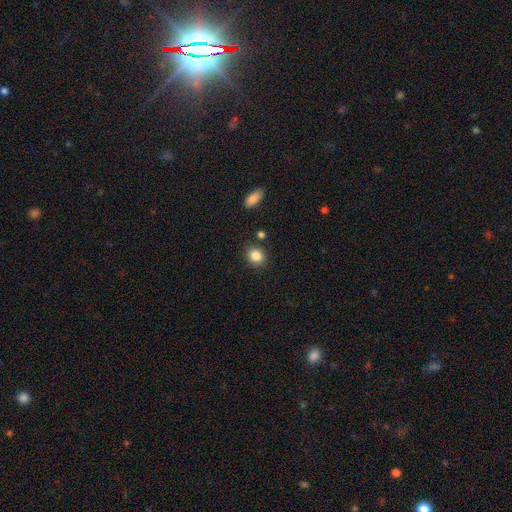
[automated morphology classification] Smooth or featured?
  - smooth: 86% *
  - star or artifact: 10%
  - featured or disk: 5%
How rounded?
  - round: 68% *
  - in between: 31%
  - cigar-shaped: 1%
Merging?
  - none: 84% *
  - minor disturbance: 9%
  - merger: 4%
  - major disturbance: 3%